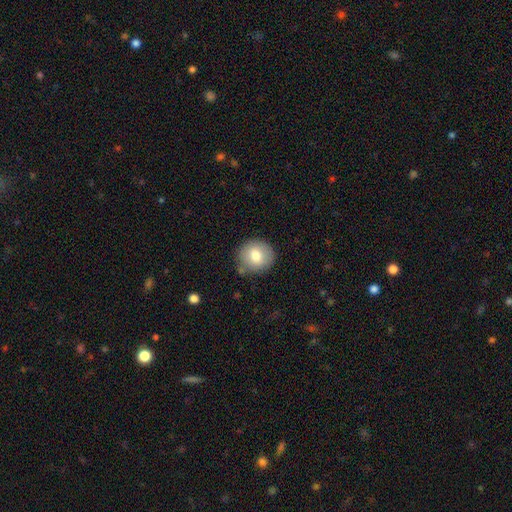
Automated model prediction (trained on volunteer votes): smooth 78%, featured or disk 14%, star or artifact 8%. Down the decision tree: how rounded — round (85%); merging — none (81%).